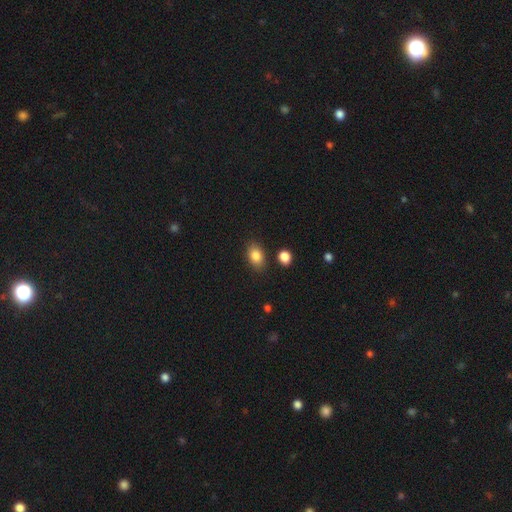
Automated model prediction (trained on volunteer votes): Smooth or featured: smooth — 85% (star or artifact — 9%)
How rounded: in between — 80% (round — 19%)
Merging: none — 83% (minor disturbance — 11%)